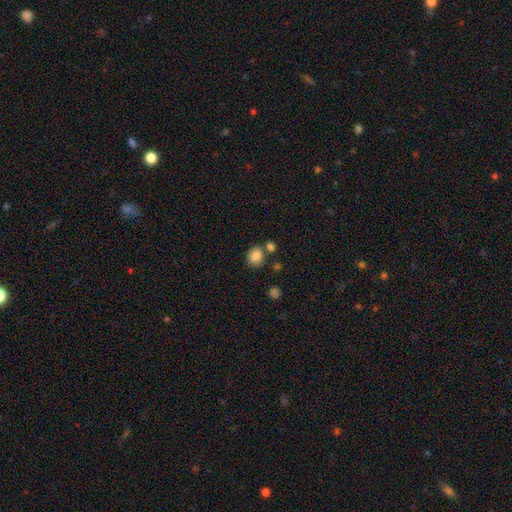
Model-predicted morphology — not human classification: This appears to be a smooth galaxy with no disk features (85%) that is round (60%). Merging: none (68%).